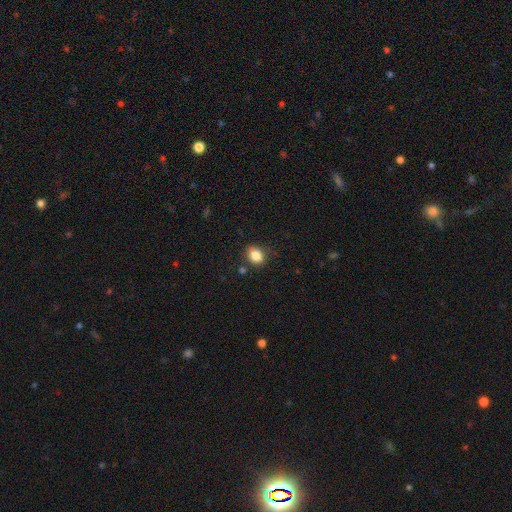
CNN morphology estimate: Smooth or featured: smooth — 85% (star or artifact — 10%)
How rounded: round — 52% (in between — 47%)
Merging: none — 78% (minor disturbance — 15%)